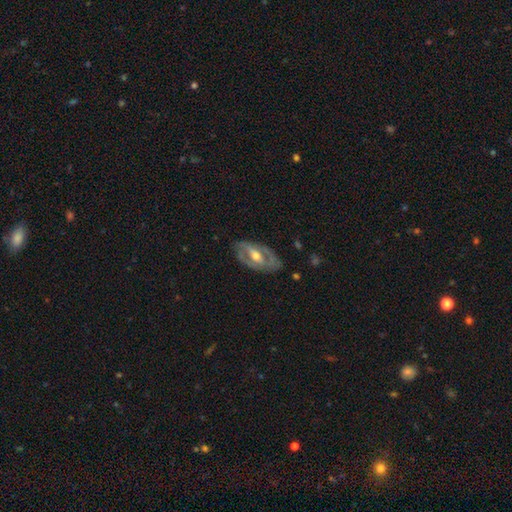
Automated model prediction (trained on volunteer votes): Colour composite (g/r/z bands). It shows a featured or disk galaxy (78%) with a weak bar (39%), spiral arms (68%) and a moderate central bulge (71%). Merging: none (78%).